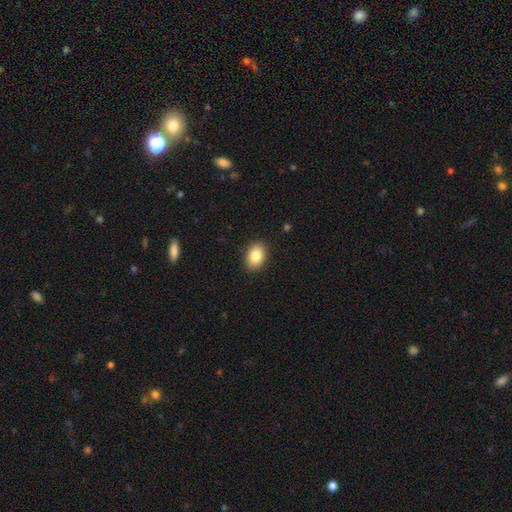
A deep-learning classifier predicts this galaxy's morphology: Smooth or featured? Predicted: smooth (p=0.84). How rounded? Predicted: in between (p=0.76). Merging? Predicted: none (p=0.89).